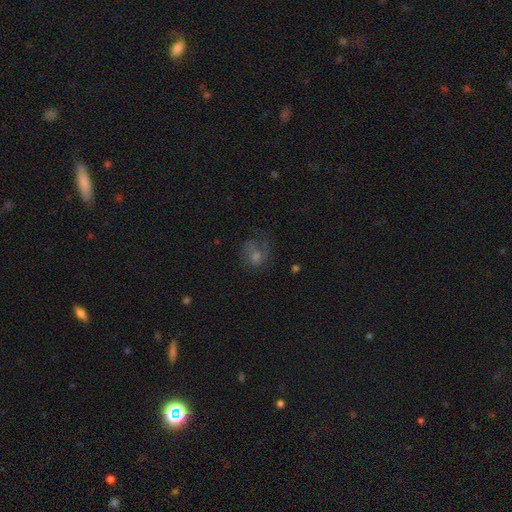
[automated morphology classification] Q: Smooth or featured?
A: smooth (43%); runner-up: featured or disk (35%)
Q: Merging?
A: none (56%); runner-up: major disturbance (22%)